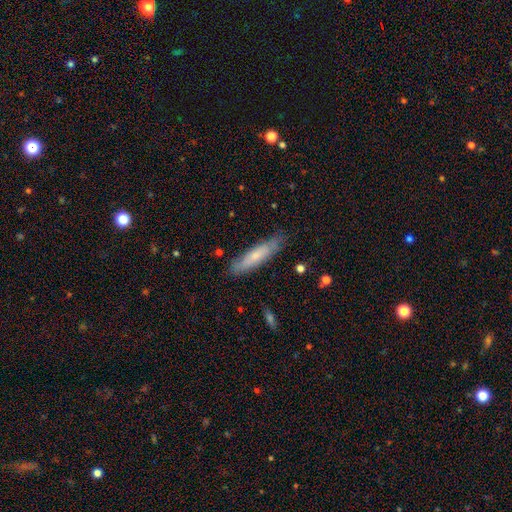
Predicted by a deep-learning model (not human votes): This is possibly a smooth galaxy (58%). How rounded: likely cigar-shaped (76%). Merging: likely none (75%).